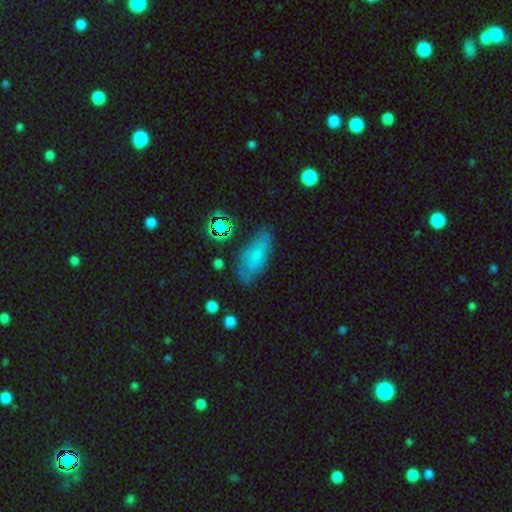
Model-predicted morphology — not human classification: Smooth or featured?
  - smooth: 65% *
  - featured or disk: 23%
  - star or artifact: 12%
How rounded?
  - in between: 81% *
  - cigar-shaped: 14%
  - round: 4%
Merging?
  - none: 68% *
  - minor disturbance: 22%
  - major disturbance: 7%
  - merger: 3%